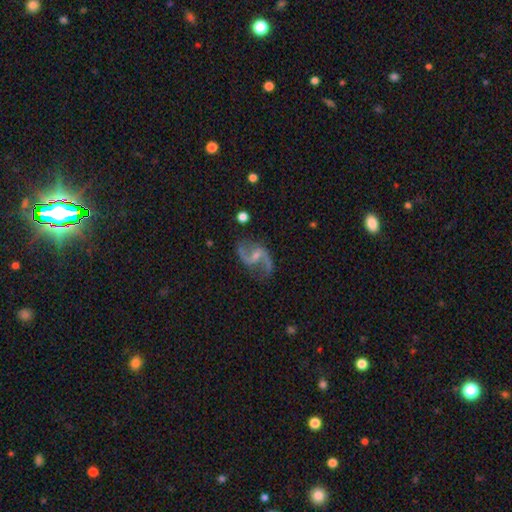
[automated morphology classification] Smooth or featured: featured or disk — 90% (star or artifact — 5%)
Edge-on disk: no — 98% (yes — 2%)
Bar: weak — 50% (no — 30%)
Spiral arms: yes — 97% (no — 3%)
Spiral winding: loose — 66% (medium — 28%)
Spiral arm count: 2 — 94% (1 — 2%)
Bulge size: small — 59% (moderate — 26%)
Merging: none — 78% (minor disturbance — 13%)